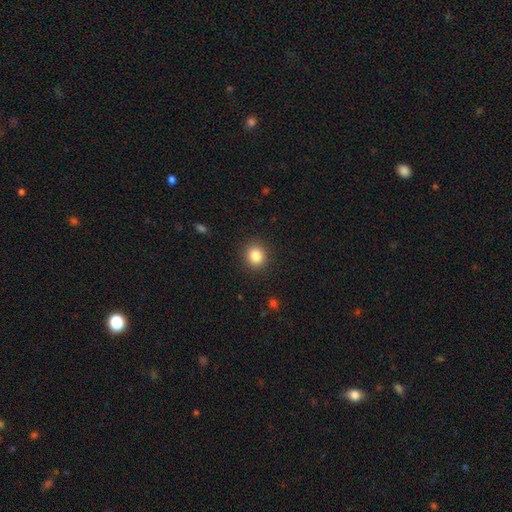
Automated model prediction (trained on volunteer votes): Q: Smooth or featured?
A: smooth (84%); runner-up: star or artifact (10%)
Q: How rounded?
A: round (84%); runner-up: in between (15%)
Q: Merging?
A: none (90%); runner-up: minor disturbance (6%)